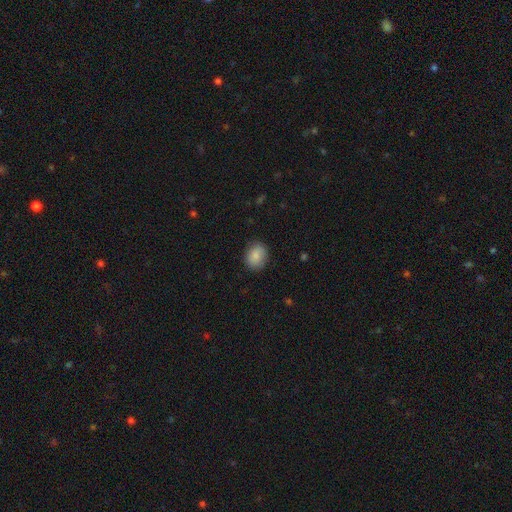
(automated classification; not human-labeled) smooth_or_featured: smooth (p=0.87) [alt: star or artifact p=0.07]
how_rounded: in between (p=0.52) [alt: round p=0.47]
merging: none (p=0.85) [alt: minor disturbance p=0.11]